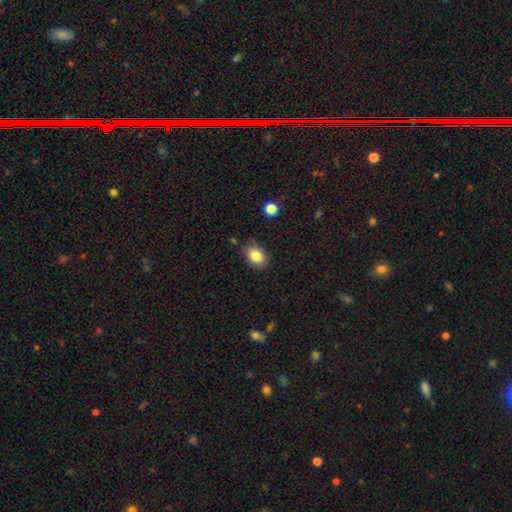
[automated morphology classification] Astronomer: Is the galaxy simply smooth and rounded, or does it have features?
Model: smooth — 84%.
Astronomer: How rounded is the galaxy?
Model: in between — 66%.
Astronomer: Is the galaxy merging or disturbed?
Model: none — 81%.